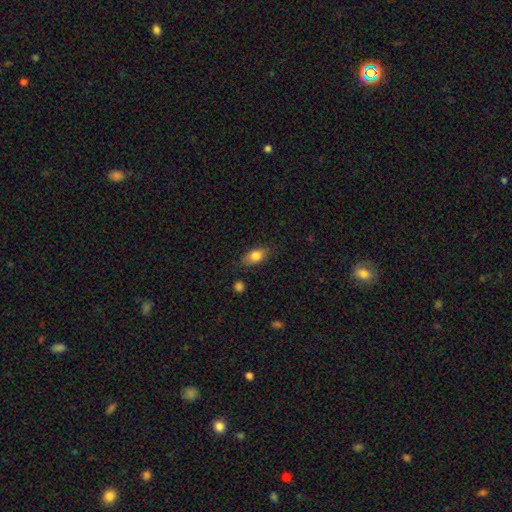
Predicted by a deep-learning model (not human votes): Smooth or featured?
  - smooth: 81% *
  - featured or disk: 11%
  - star or artifact: 8%
How rounded?
  - in between: 84% *
  - round: 9%
  - cigar-shaped: 7%
Merging?
  - none: 80% *
  - minor disturbance: 15%
  - major disturbance: 3%
  - merger: 2%